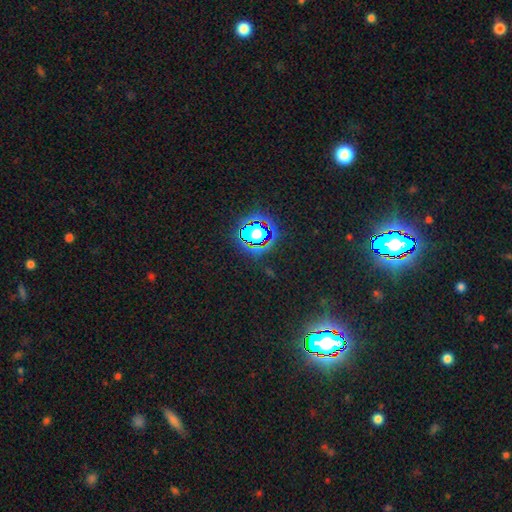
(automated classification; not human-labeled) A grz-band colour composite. It shows a star or artifact, not a galaxy (82%).